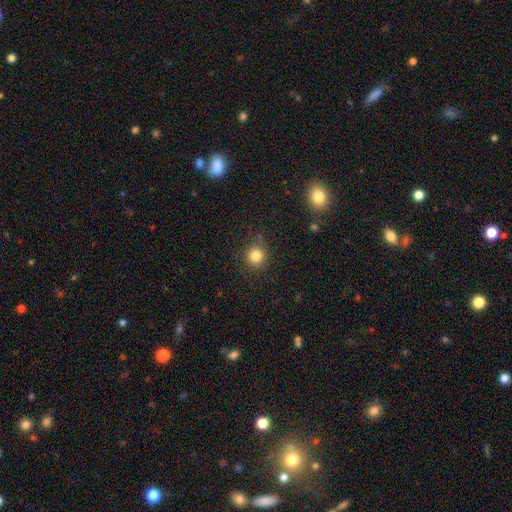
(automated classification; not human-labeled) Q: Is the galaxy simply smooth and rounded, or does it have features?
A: smooth — 82%.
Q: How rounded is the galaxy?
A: round — 92%.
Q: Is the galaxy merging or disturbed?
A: none — 84%.